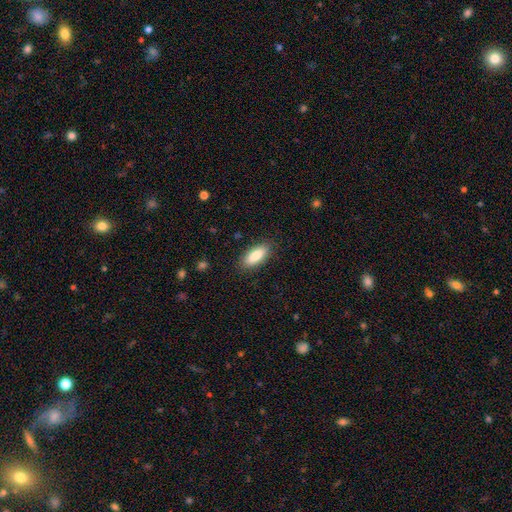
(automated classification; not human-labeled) smooth-or-featured: smooth: 85% | featured or disk: 9% | star or artifact: 6%
  how-rounded: in between: 76% | cigar-shaped: 22% | round: 2%
  merging: none: 86% | minor disturbance: 10% | major disturbance: 3% | merger: 1%